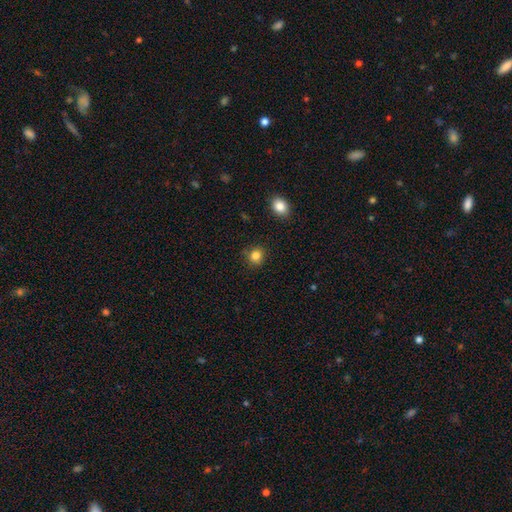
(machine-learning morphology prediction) type=smooth (84%); roundness=round (83%); merging=none (87%).